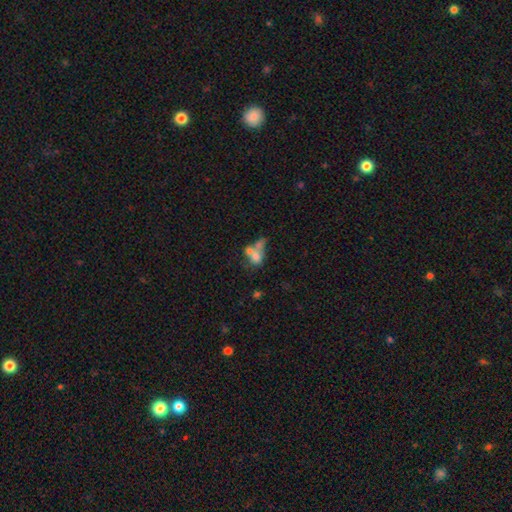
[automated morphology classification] The model was most divided on "how rounded": in between: 52%, round: 45%, cigar-shaped: 3%. More confident: merging — merger (61%); smooth or featured — smooth (57%).